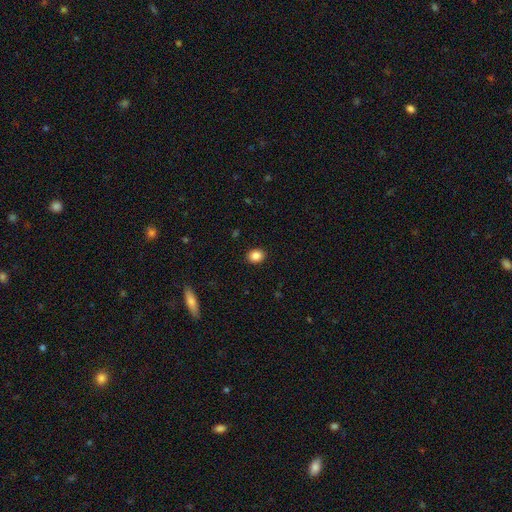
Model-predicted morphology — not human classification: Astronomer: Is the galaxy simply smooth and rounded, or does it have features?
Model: smooth — 87%.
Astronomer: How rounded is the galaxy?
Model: round — 56% (runner-up: in between, 43%).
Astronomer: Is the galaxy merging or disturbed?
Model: none — 91%.